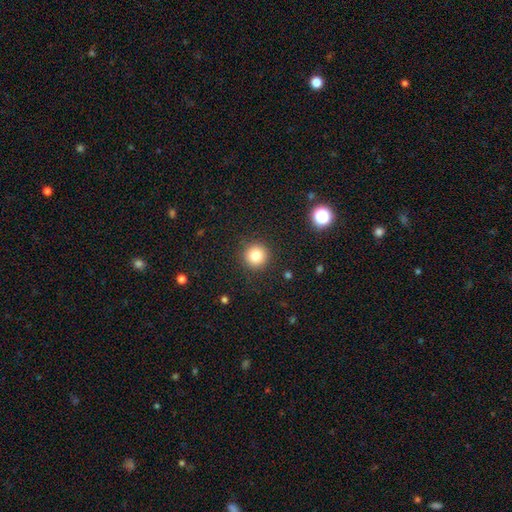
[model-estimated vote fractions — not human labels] Overall: smooth (82%). How rounded: round (95%). Merging: none (91%).